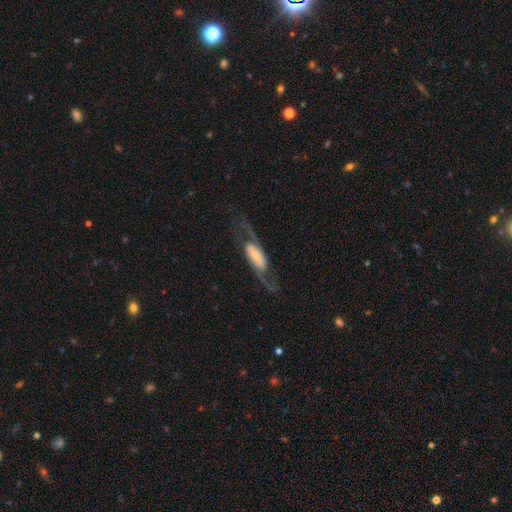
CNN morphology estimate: Smooth or featured? featured or disk (83%)
Edge-on disk? no (90%)
Bar? strong (44%)
Spiral arms? yes (94%)
Spiral winding? loose (55%)
Spiral arm count? 2 (92%)
Bulge size? small (47%)
Merging? none (69%)